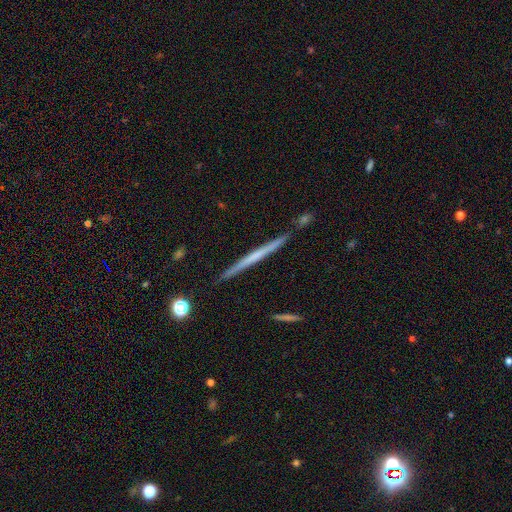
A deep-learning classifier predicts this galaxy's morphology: Q: Smooth or featured?
A: featured or disk (58%); runner-up: smooth (36%)
Q: Edge-on disk?
A: yes (98%); runner-up: no (2%)
Q: Edge-on bulge?
A: none (82%); runner-up: rounded (13%)
Q: Merging?
A: none (89%); runner-up: minor disturbance (7%)